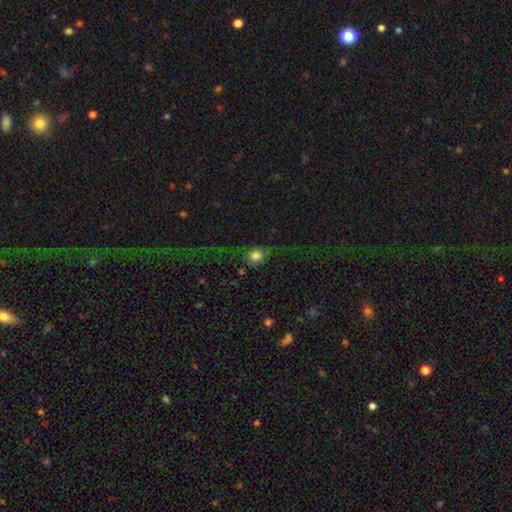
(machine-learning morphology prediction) Overall: smooth (80%). How rounded: round (72%). Merging: none (74%).